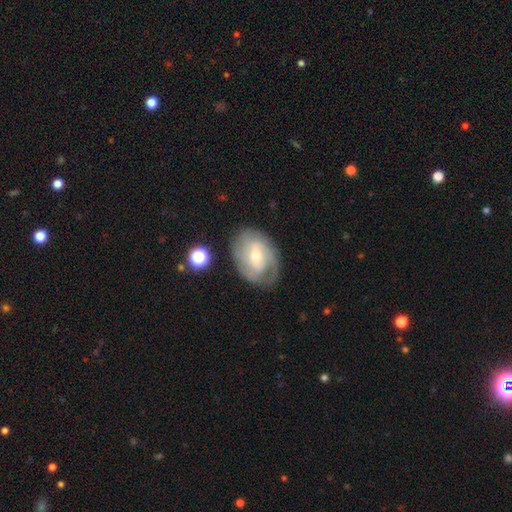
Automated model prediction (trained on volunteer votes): featured or disk 69%, smooth 24%, star or artifact 7%. Down the decision tree: edge-on disk — no (95%); bar — weak (44%); spiral arms — yes (78%); spiral arm count — 2 (41%); spiral winding — tight (50%); bulge size — moderate (60%); merging — none (70%).